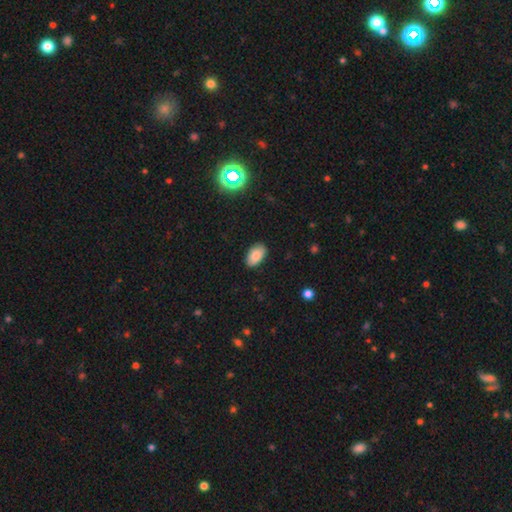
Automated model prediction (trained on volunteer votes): A smooth galaxy with no disk features (85%) that is in between round and cigar-shaped (94%). Merging: none (87%).